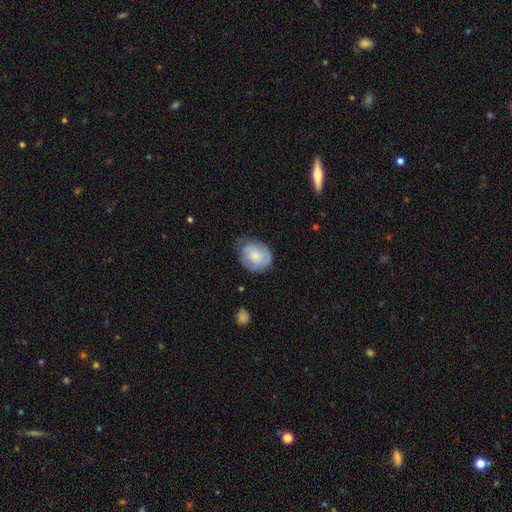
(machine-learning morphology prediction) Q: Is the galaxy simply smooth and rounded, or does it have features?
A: smooth — 71%.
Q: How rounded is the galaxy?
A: round — 55%.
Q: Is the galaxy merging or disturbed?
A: none — 56%.